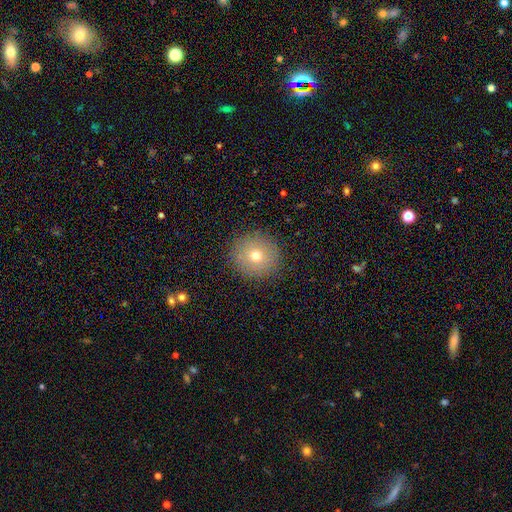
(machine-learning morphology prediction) A smooth galaxy with no disk features (70%) that is round (92%).

Vote fractions:
- Smooth or featured? smooth: 70% / featured or disk: 17% / star or artifact: 13%
- How rounded? round: 92% / in between: 7% / cigar-shaped: 1%
- Merging? none: 90% / minor disturbance: 7% / major disturbance: 2% / merger: 1%